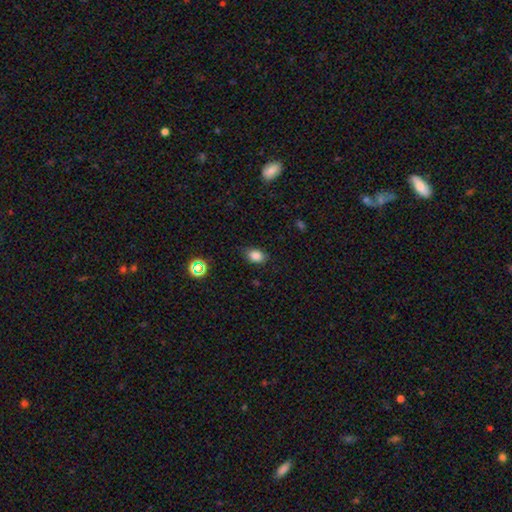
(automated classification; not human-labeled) Smooth or featured?
  - smooth: 82% *
  - star or artifact: 12%
  - featured or disk: 6%
How rounded?
  - in between: 77% *
  - round: 22%
  - cigar-shaped: 1%
Merging?
  - none: 82% *
  - minor disturbance: 13%
  - major disturbance: 3%
  - merger: 1%